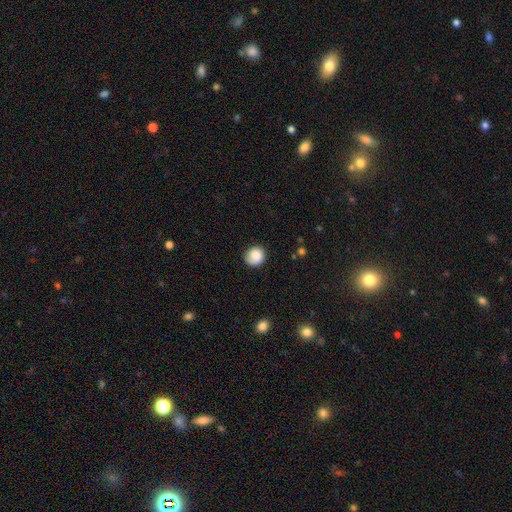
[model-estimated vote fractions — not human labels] Overall: smooth (85%). How rounded: round (86%). Merging: none (78%).